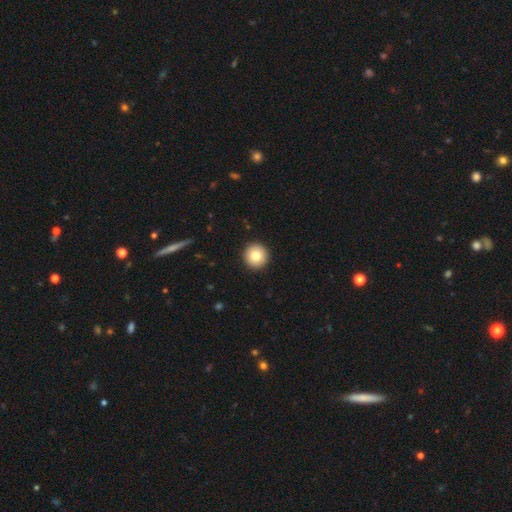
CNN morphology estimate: Overall: smooth (82%). How rounded: round (96%). Merging: none (94%).